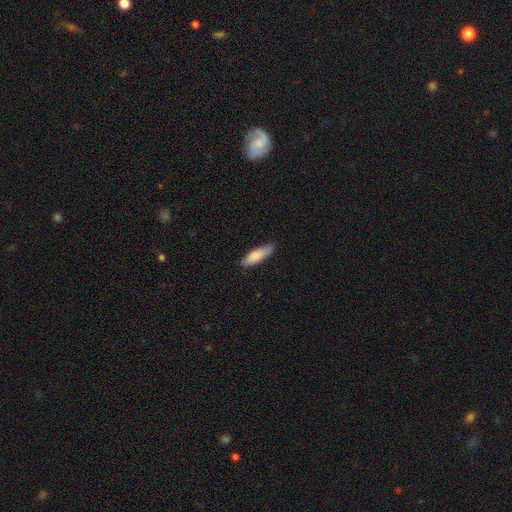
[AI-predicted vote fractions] A smooth galaxy with no disk features (83%) that is cigar-shaped (56%). Merging: none (78%).